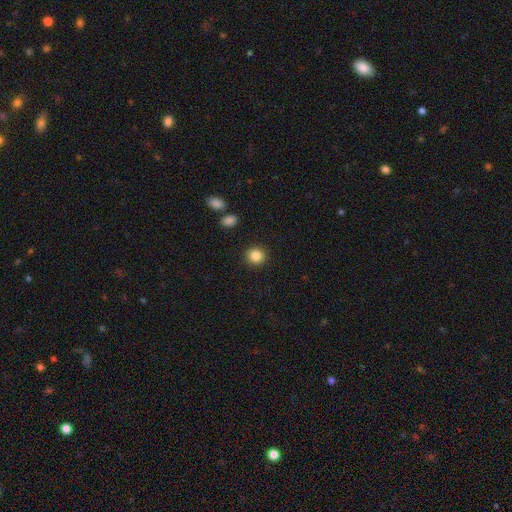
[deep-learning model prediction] Morphology: type=smooth (85%); roundness=round (89%); merging=none (92%).